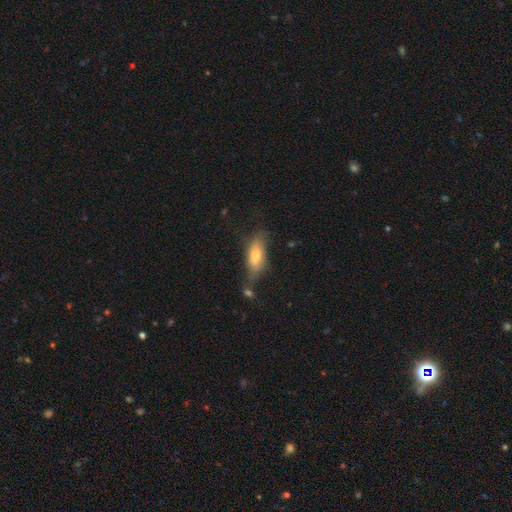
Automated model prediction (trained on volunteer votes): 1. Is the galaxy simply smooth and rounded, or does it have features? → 69% smooth, 23% featured or disk, 8% star or artifact.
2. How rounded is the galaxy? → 71% in between, 27% cigar-shaped, 3% round.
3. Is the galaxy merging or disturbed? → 62% none, 23% minor disturbance, 8% merger, 7% major disturbance.